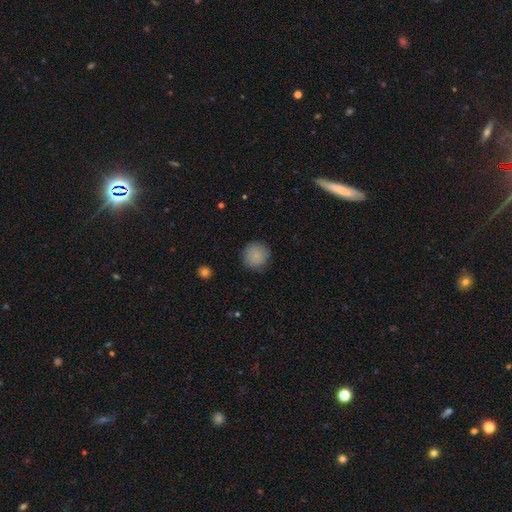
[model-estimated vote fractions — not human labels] Morphology: type=smooth (85%); roundness=round (93%); merging=none (83%).